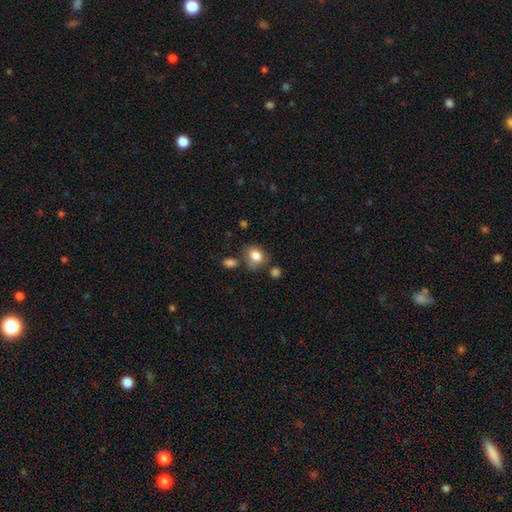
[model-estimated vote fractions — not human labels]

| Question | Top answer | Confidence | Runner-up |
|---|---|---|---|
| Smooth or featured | smooth | 81% | star or artifact (9%) |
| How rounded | in between | 53% | round (46%) |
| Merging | none | 61% | minor disturbance (21%) |